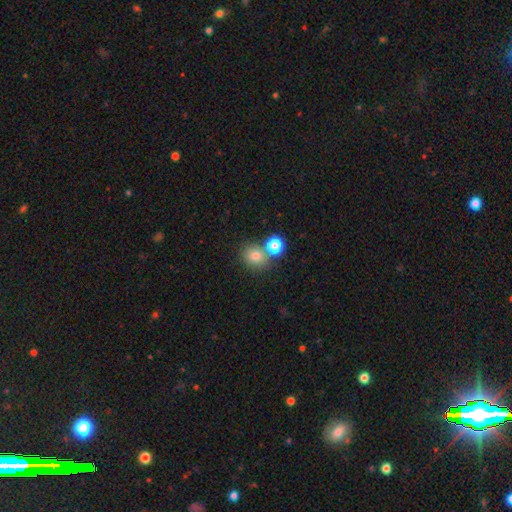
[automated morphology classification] smooth-or-featured: smooth: 77% | star or artifact: 15% | featured or disk: 9%
  how-rounded: round: 79% | in between: 20% | cigar-shaped: 1%
  merging: none: 64% | merger: 24% | minor disturbance: 9% | major disturbance: 3%